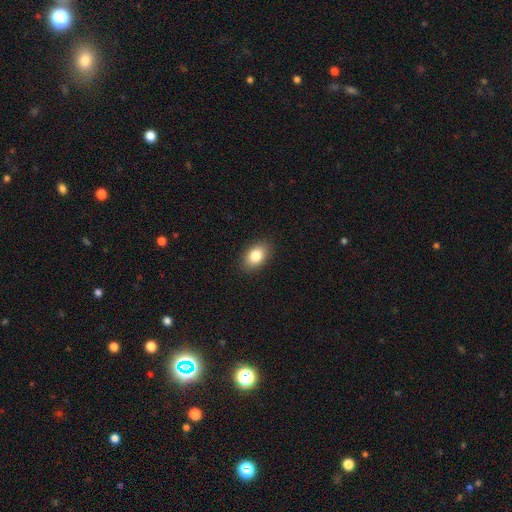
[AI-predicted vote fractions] Overall: smooth (83%). How rounded: in between (87%). Merging: none (89%).